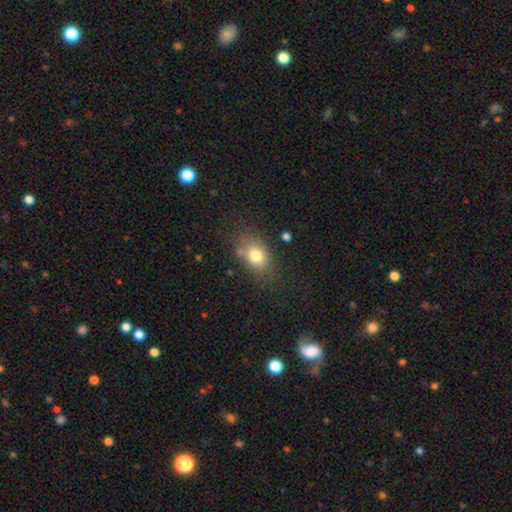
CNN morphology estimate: This is likely a smooth galaxy (78%). How rounded: likely in between (70%). Merging: likely none (73%).